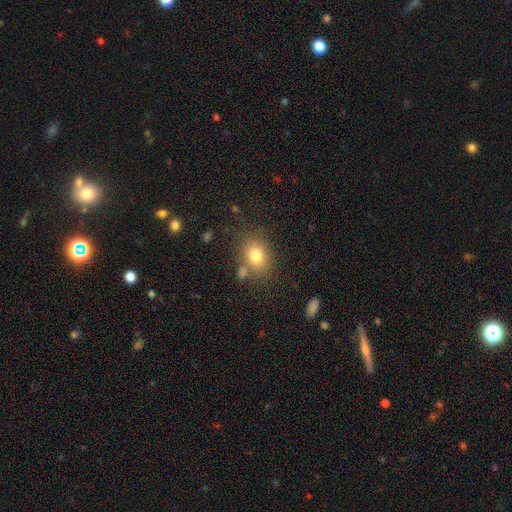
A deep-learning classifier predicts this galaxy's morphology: A smooth galaxy with no disk features (78%) that is in between round and cigar-shaped (57%).

Vote fractions:
- Smooth or featured? smooth: 78% / star or artifact: 11% / featured or disk: 11%
- How rounded? in between: 57% / round: 42% / cigar-shaped: 1%
- Merging? none: 69% / minor disturbance: 14% / merger: 12% / major disturbance: 5%